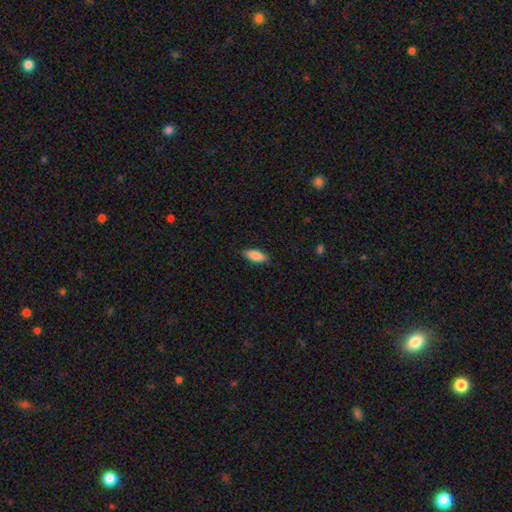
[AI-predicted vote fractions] Overall: smooth (85%). How rounded: in between (74%). Merging: none (87%).